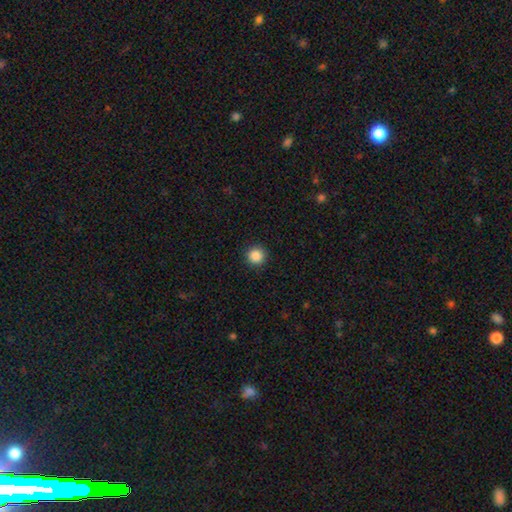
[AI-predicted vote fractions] This appears to be a smooth galaxy with no disk features (87%) that is round (96%). Merging: none (92%).